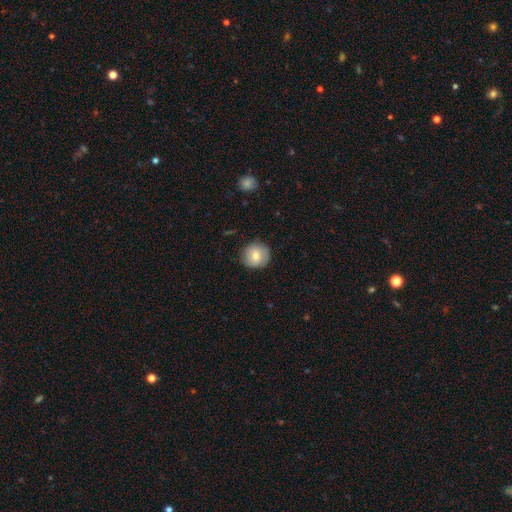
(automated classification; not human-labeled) Morphology: type=smooth (74%); roundness=round (92%); merging=none (84%).